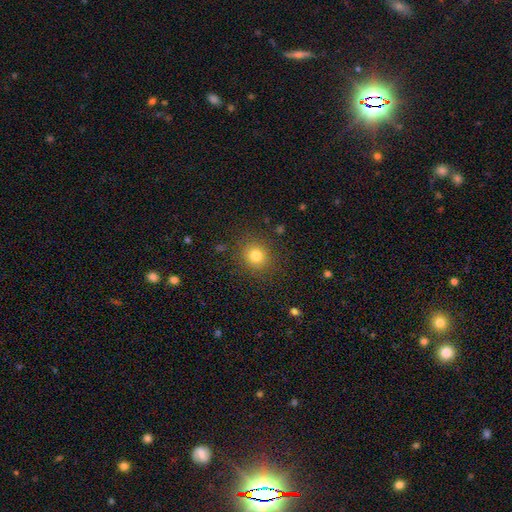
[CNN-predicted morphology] A smooth galaxy with no disk features (79%) that is round (87%). Merging: none (87%).